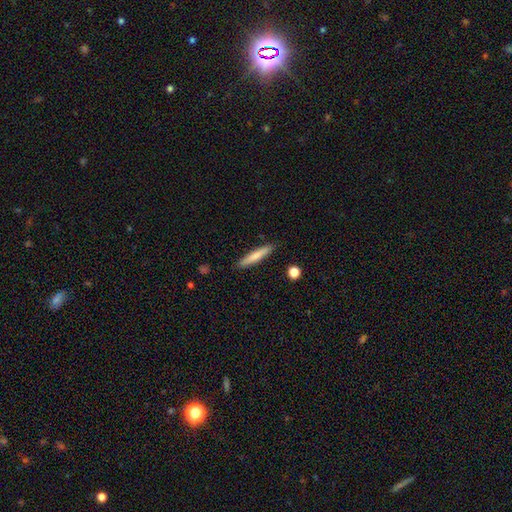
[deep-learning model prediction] A smooth galaxy with no disk features (74%) that is cigar-shaped (92%). Merging: none (90%).